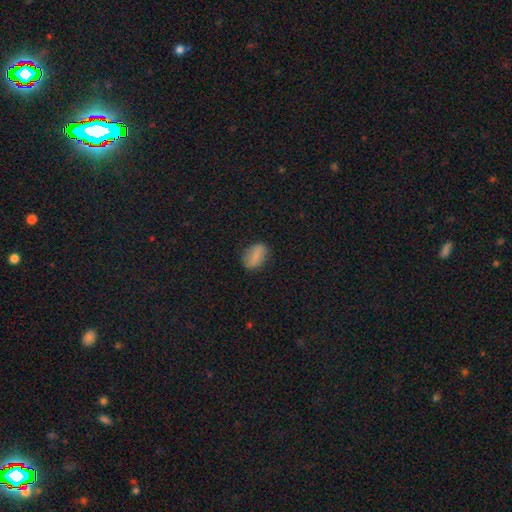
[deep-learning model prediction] A smooth galaxy with no disk features (76%) that is in between round and cigar-shaped (82%).

Vote fractions:
- Smooth or featured? smooth: 76% / featured or disk: 14% / star or artifact: 10%
- How rounded? in between: 82% / round: 15% / cigar-shaped: 3%
- Merging? none: 80% / minor disturbance: 15% / major disturbance: 4% / merger: 1%